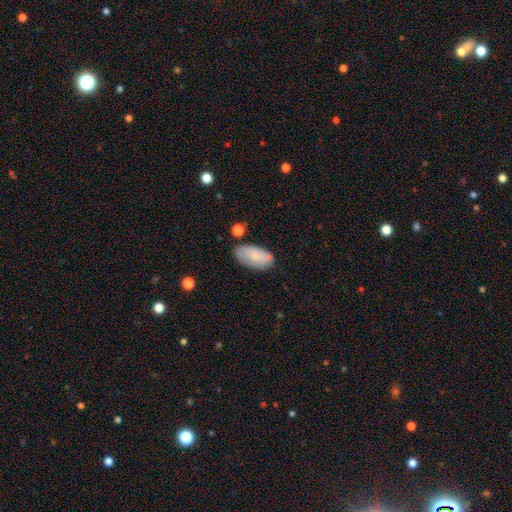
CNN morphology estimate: type=smooth (78%); roundness=in between (94%); merging=none (72%).